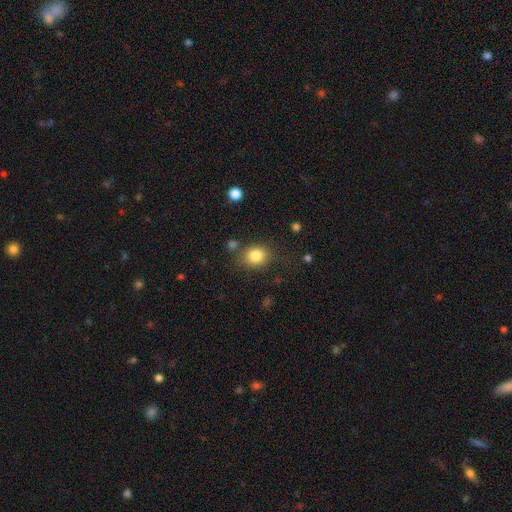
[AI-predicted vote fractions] Smooth or featured? smooth (83%)
How rounded? round (66%)
Merging? none (77%)